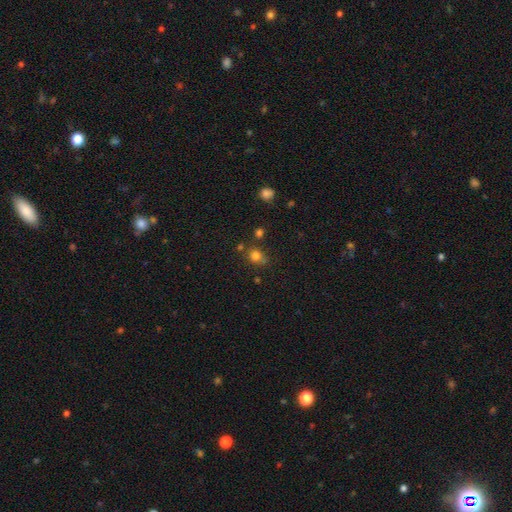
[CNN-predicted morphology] This appears to be a smooth galaxy with no disk features (78%) that is round (74%). Merging: none (64%).